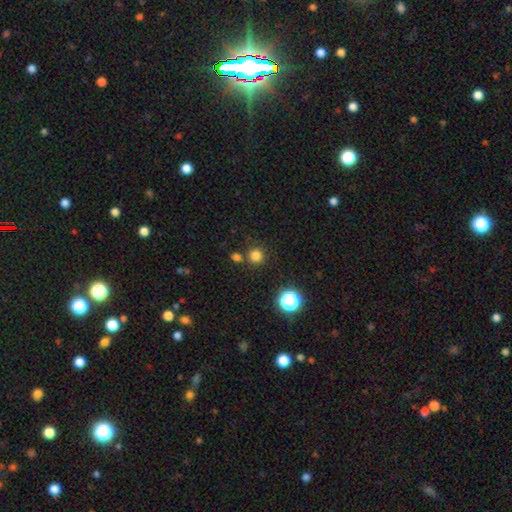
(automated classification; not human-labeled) smooth_or_featured: smooth (p=0.78) [alt: star or artifact p=0.17]
how_rounded: round (p=0.94) [alt: in between p=0.05]
merging: none (p=0.81) [alt: merger p=0.09]